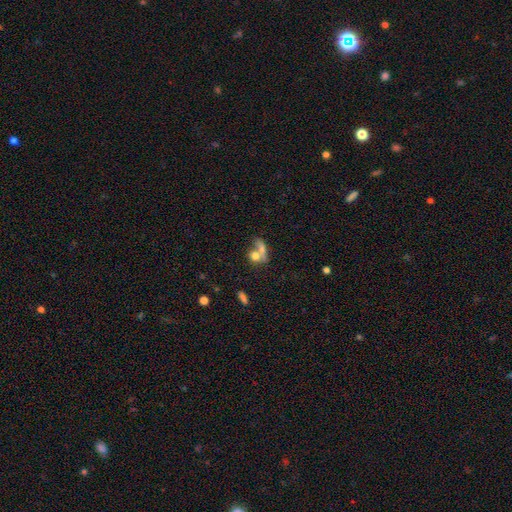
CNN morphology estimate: smooth_or_featured: smooth (p=0.69) [alt: featured or disk p=0.21]
how_rounded: in between (p=0.51) [alt: round p=0.42]
merging: merger (p=0.63) [alt: none p=0.23]